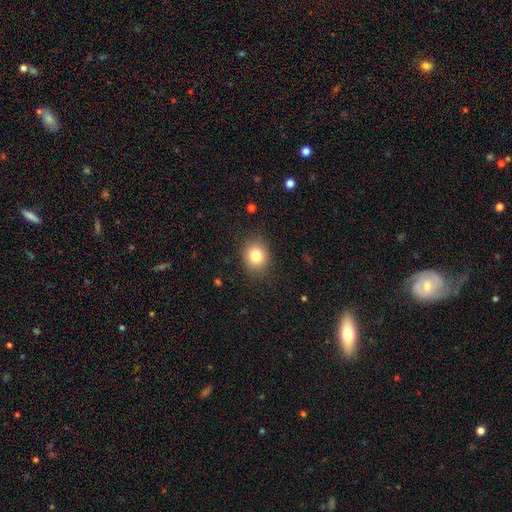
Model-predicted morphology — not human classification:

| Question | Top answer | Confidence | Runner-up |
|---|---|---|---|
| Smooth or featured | smooth | 82% | star or artifact (11%) |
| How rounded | round | 71% | in between (28%) |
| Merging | none | 87% | minor disturbance (9%) |